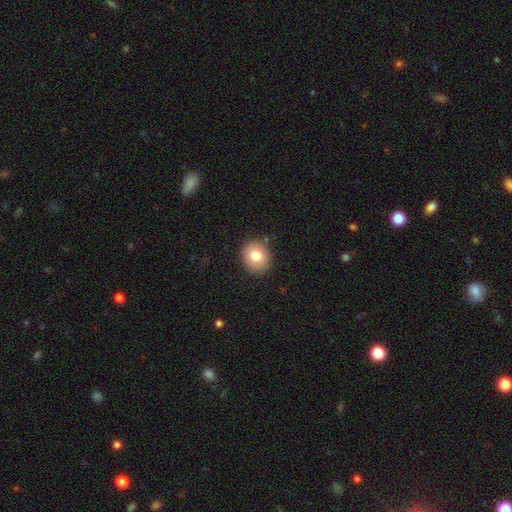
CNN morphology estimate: type=smooth (80%); roundness=round (74%); merging=none (88%).